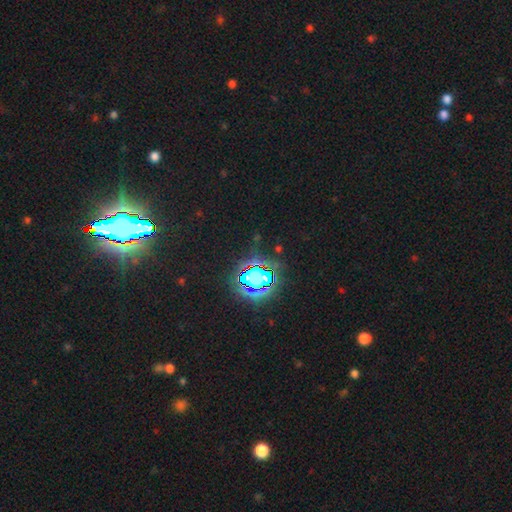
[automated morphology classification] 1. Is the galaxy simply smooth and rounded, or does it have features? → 84% star or artifact, 9% smooth, 7% featured or disk.